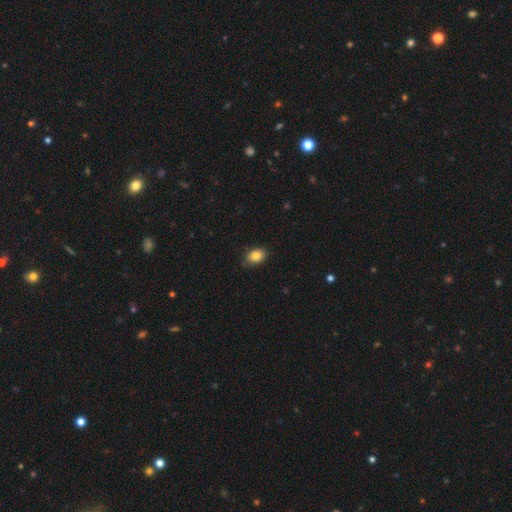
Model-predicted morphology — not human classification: A smooth galaxy with no disk features (85%) that is in between round and cigar-shaped (77%). Merging: none (77%).